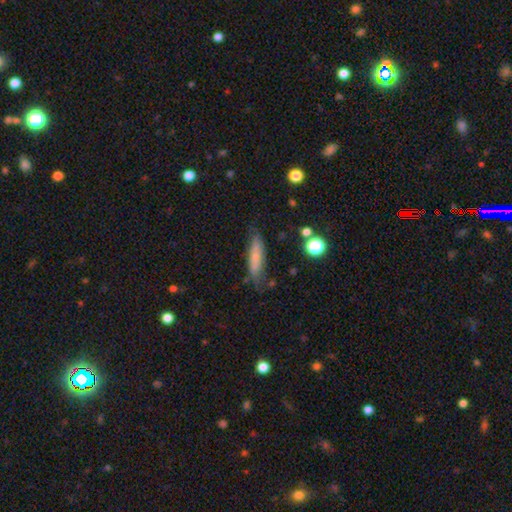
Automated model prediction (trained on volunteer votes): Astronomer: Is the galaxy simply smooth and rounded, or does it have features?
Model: smooth — 63%.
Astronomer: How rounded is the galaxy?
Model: cigar-shaped — 72%.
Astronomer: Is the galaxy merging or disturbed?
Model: none — 72%.